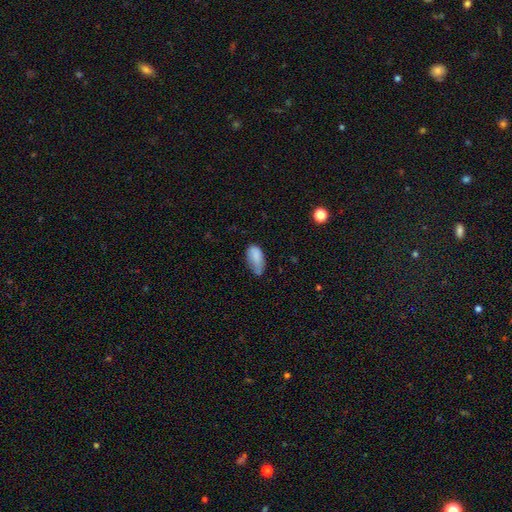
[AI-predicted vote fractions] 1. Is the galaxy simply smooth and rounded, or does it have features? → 82% smooth, 9% featured or disk, 8% star or artifact.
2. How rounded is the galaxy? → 93% in between, 4% cigar-shaped, 3% round.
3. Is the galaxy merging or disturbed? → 43% minor disturbance, 39% none, 14% major disturbance, 4% merger.